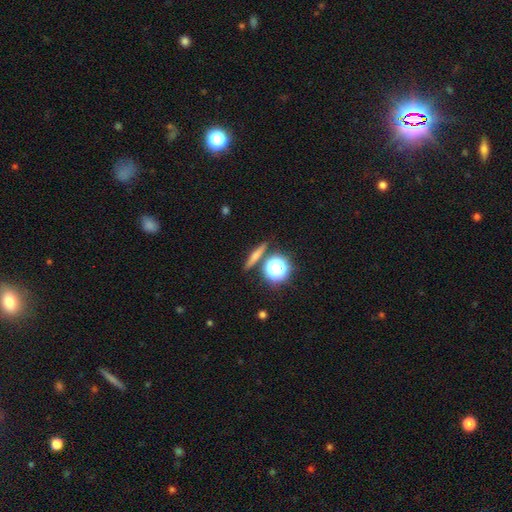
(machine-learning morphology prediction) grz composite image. It shows a smooth galaxy with no disk features (50%). Merging: none (83%).